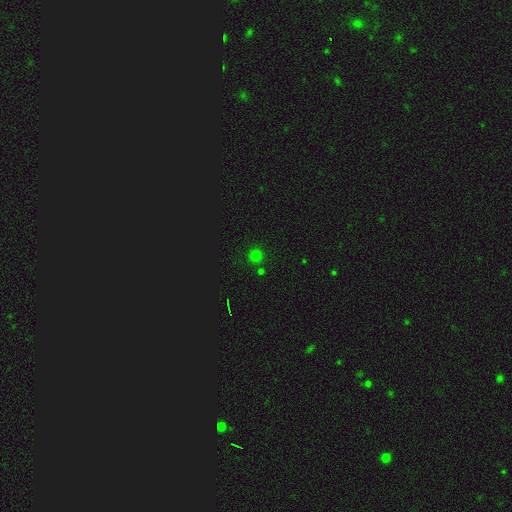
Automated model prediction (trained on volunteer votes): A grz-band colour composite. It shows a smooth galaxy with no disk features (66%) that is round (95%). Merging: none (85%).